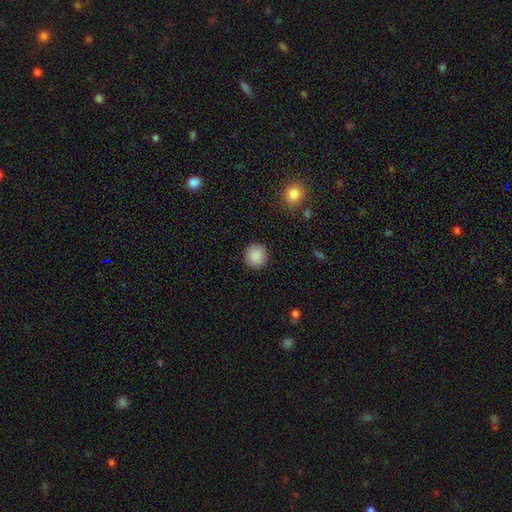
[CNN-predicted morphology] Overall: smooth (89%). How rounded: round (94%). Merging: none (92%).